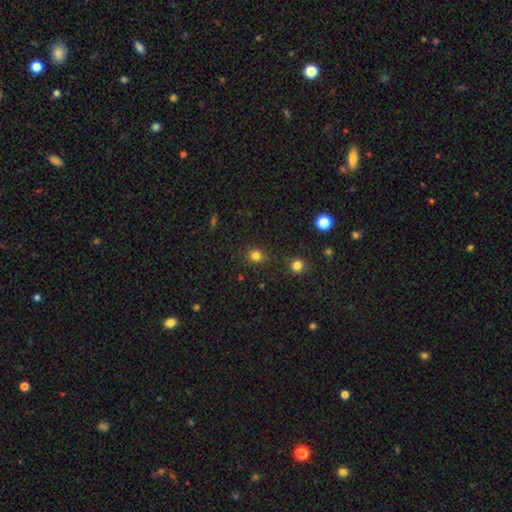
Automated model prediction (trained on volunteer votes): Morphology: type=smooth (80%); roundness=round (82%); merging=none (83%).